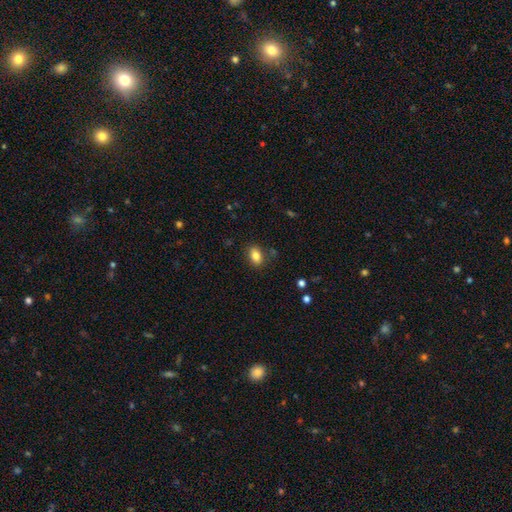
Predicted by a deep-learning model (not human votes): smooth 82%, star or artifact 9%, featured or disk 9%. Down the decision tree: how rounded — in between (80%); merging — none (83%).